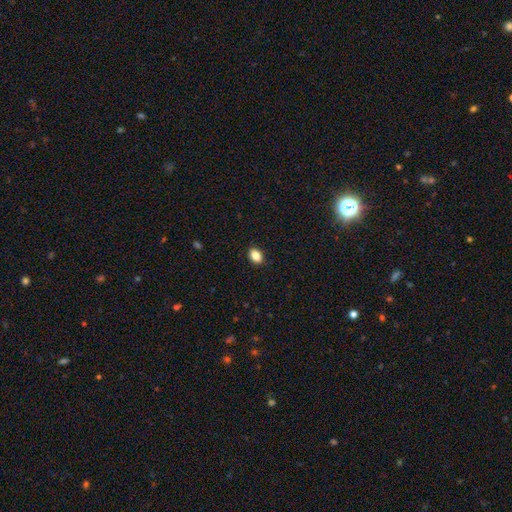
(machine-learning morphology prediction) Smooth or featured?
  - smooth: 86% *
  - star or artifact: 9%
  - featured or disk: 5%
How rounded?
  - in between: 77% *
  - round: 21%
  - cigar-shaped: 1%
Merging?
  - none: 89% *
  - minor disturbance: 8%
  - major disturbance: 2%
  - merger: 1%